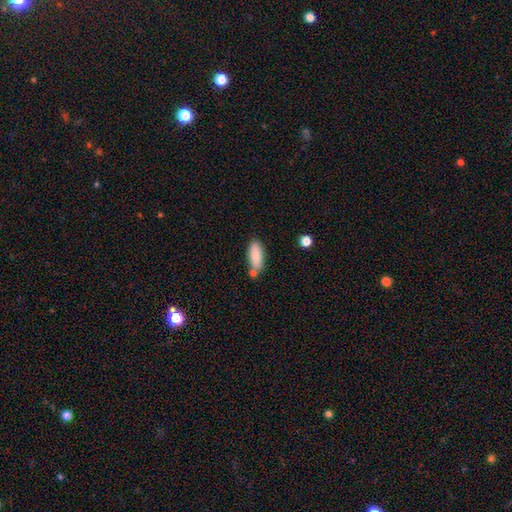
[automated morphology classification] smooth-or-featured: smooth: 83% | featured or disk: 10% | star or artifact: 7%
  how-rounded: in between: 79% | cigar-shaped: 19% | round: 2%
  merging: none: 68% | minor disturbance: 15% | merger: 14% | major disturbance: 3%